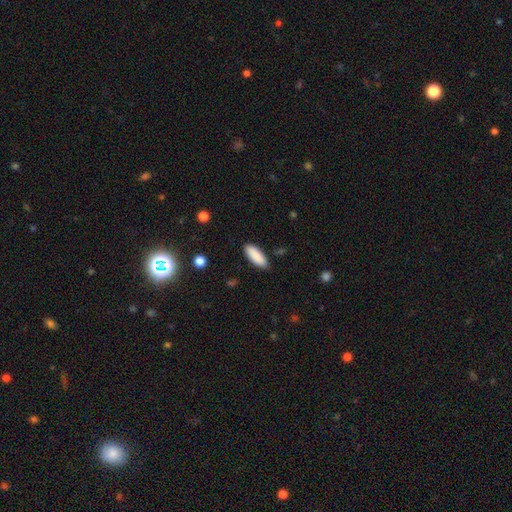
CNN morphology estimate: Overall: smooth (89%). How rounded: in between (69%; cigar-shaped 30%). Merging: none (88%).